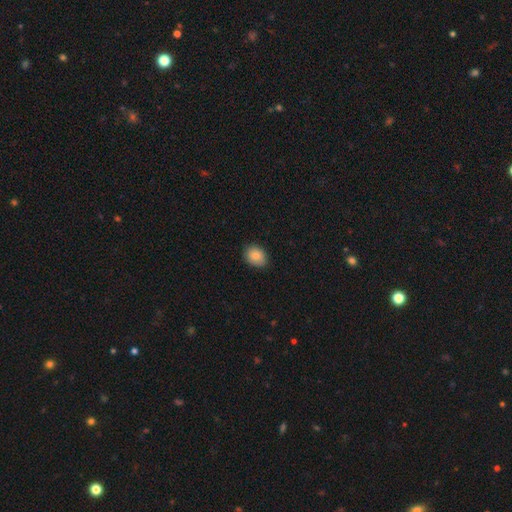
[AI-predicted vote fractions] Morphology: type=smooth (88%); roundness=in between (61%); merging=none (86%).